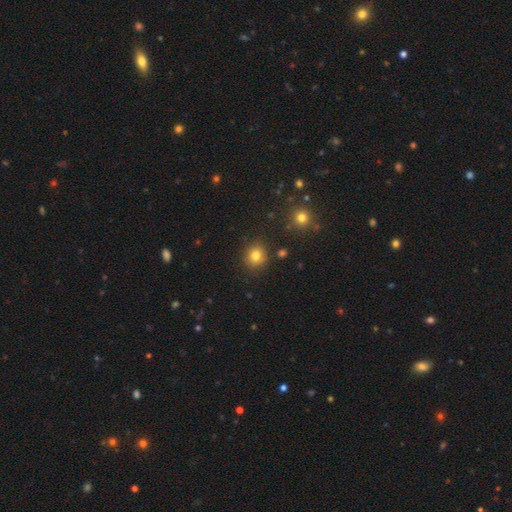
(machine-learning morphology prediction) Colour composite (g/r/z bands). It shows a smooth galaxy with no disk features (81%) that is round (85%). Merging: none (86%).